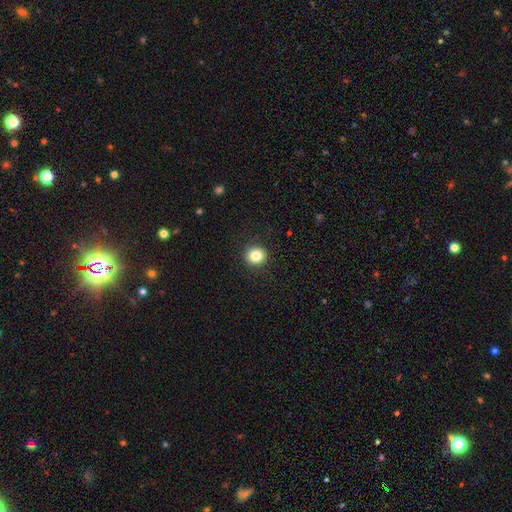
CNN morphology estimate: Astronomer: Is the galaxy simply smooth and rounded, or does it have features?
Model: smooth — 84%.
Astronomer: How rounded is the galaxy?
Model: round — 87%.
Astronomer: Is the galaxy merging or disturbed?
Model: none — 92%.